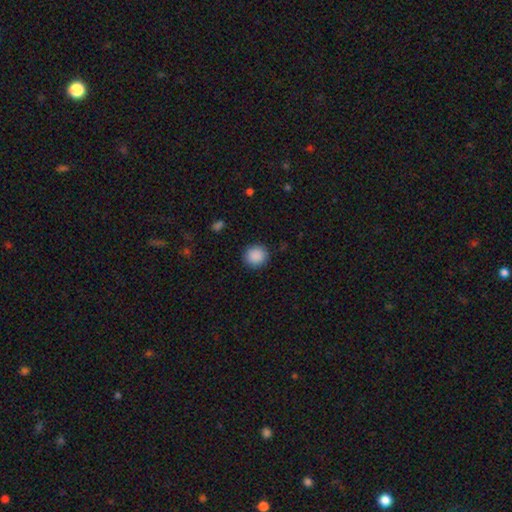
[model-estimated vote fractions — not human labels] smooth_or_featured: smooth (p=0.89) [alt: star or artifact p=0.08]
how_rounded: round (p=0.92) [alt: in between p=0.07]
merging: none (p=0.91) [alt: minor disturbance p=0.06]